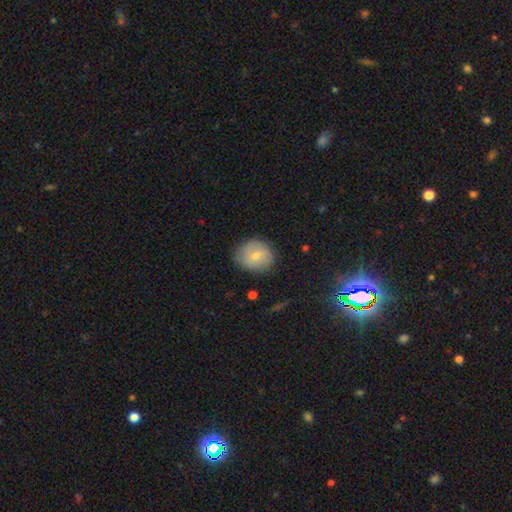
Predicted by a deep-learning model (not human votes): Smooth or featured? smooth (71%)
How rounded? round (76%)
Merging? none (76%)